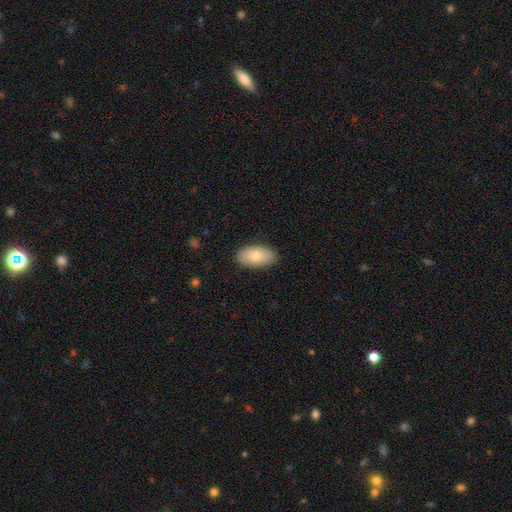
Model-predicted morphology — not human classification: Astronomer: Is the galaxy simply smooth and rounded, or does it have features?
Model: smooth — 78%.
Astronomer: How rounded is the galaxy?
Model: in between — 94%.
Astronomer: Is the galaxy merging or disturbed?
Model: none — 86%.